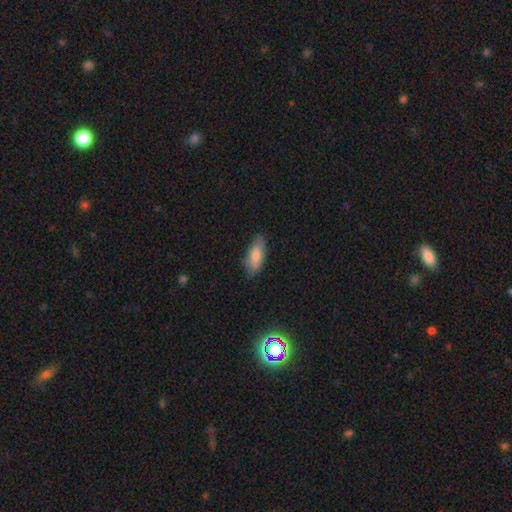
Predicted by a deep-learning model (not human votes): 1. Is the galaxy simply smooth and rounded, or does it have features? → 78% smooth, 16% featured or disk, 6% star or artifact.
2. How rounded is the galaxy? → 75% in between, 23% cigar-shaped, 2% round.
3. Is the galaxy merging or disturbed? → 79% none, 16% minor disturbance, 3% major disturbance, 1% merger.